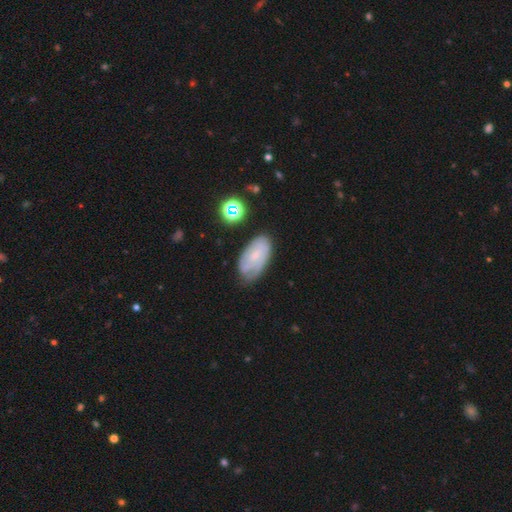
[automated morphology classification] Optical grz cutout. It shows a featured or disk galaxy (65%) with no bar (56%), tight (59%) spiral arms (88%) and a small central bulge (69%). Merging: none (65%).